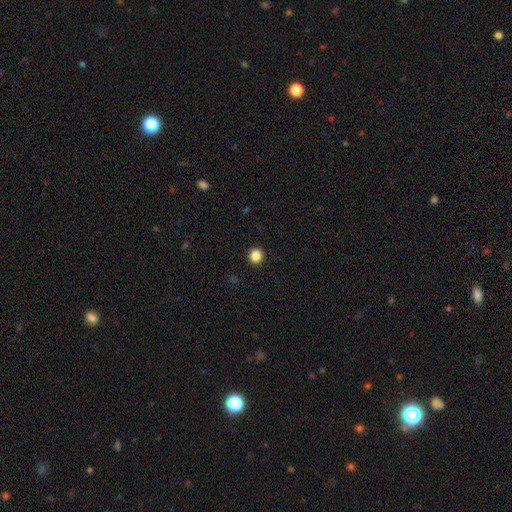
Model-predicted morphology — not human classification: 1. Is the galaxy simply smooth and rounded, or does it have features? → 86% smooth, 11% star or artifact, 3% featured or disk.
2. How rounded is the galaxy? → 89% round, 10% in between, 1% cigar-shaped.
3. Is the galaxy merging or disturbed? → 93% none, 4% minor disturbance, 2% major disturbance, 1% merger.